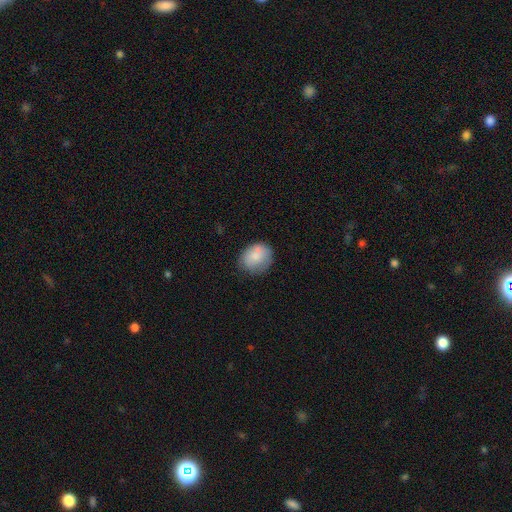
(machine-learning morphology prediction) Smooth or featured? Predicted: smooth (p=0.82). How rounded? Predicted: round (p=0.59). Merging? Predicted: none (p=0.70).